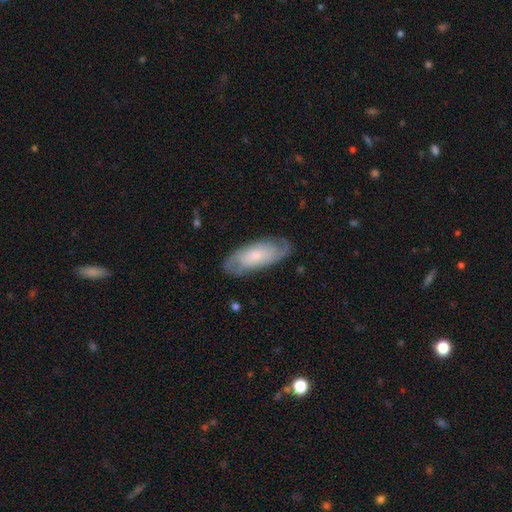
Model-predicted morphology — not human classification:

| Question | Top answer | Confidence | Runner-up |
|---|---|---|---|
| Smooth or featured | featured or disk | 56% | smooth (38%) |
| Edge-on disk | no | 87% | yes (13%) |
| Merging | none | 76% | minor disturbance (17%) |